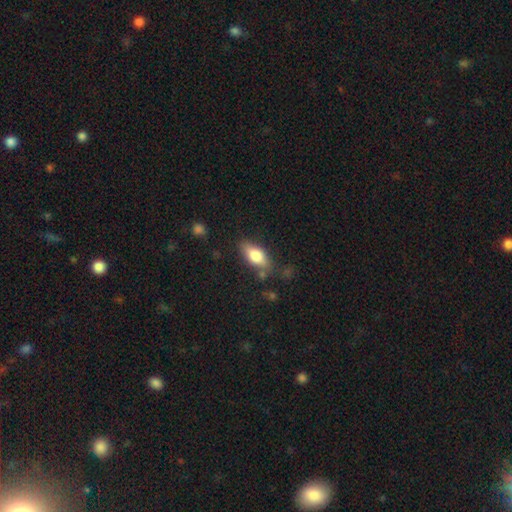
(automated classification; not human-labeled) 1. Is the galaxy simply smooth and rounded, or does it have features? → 74% smooth, 19% featured or disk, 7% star or artifact.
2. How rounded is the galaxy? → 81% in between, 15% cigar-shaped, 4% round.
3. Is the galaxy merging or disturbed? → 72% none, 18% minor disturbance, 5% major disturbance, 4% merger.